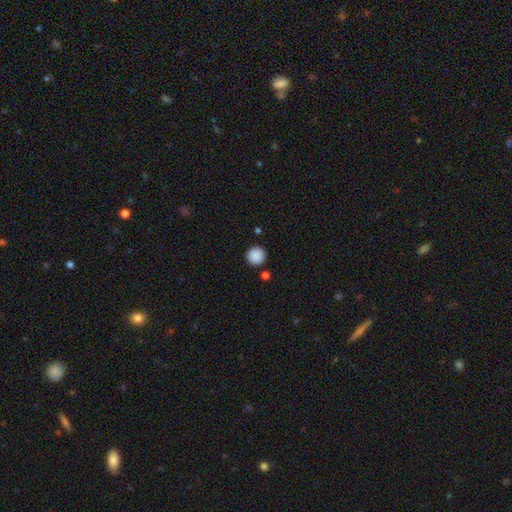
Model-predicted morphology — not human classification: smooth-or-featured: smooth: 89% | star or artifact: 9% | featured or disk: 3%
  how-rounded: round: 96% | in between: 3% | cigar-shaped: 1%
  merging: none: 89% | minor disturbance: 6% | merger: 3% | major disturbance: 2%